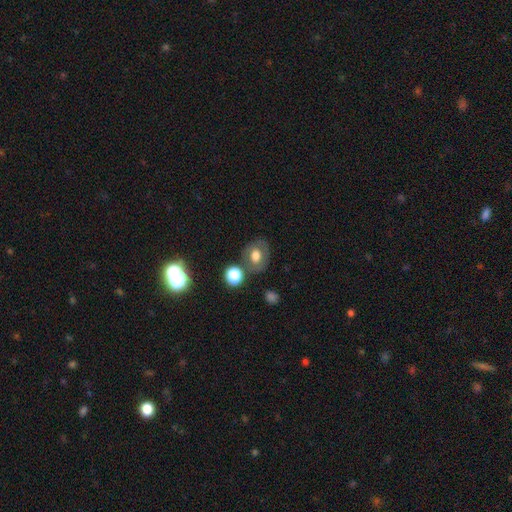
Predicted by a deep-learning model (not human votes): smooth 60%, featured or disk 29%, star or artifact 11%. Down the decision tree: how rounded — in between (51%); merging — none (69%).